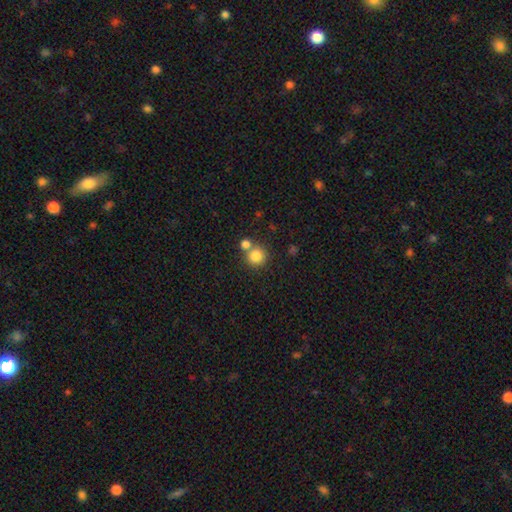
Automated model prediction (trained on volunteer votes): Smooth or featured? Predicted: smooth (p=0.83). How rounded? Predicted: round (p=0.92). Merging? Predicted: none (p=0.65).